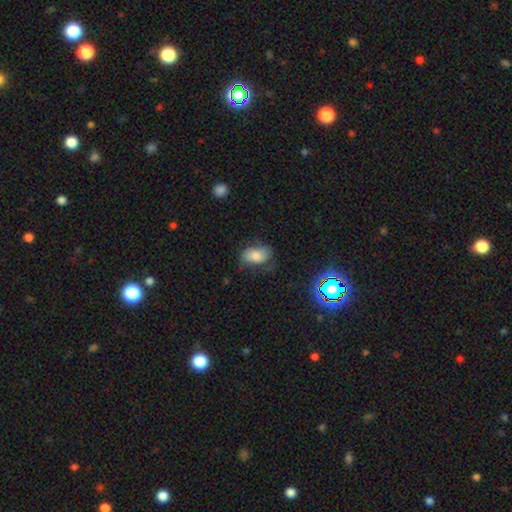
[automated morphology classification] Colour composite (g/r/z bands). It shows a smooth galaxy with no disk features (68%) that is in between round and cigar-shaped (88%). Merging: none (56%).